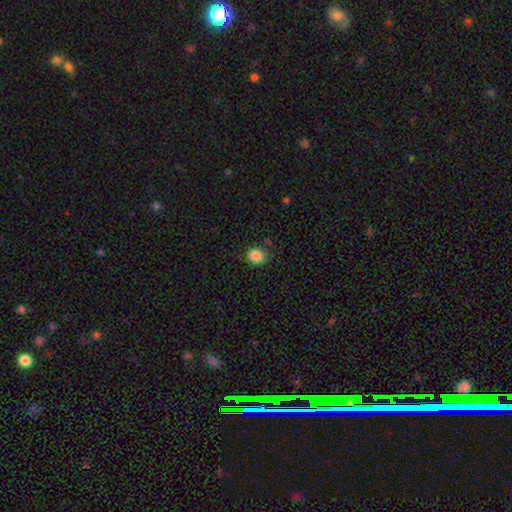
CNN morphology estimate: This appears to be a smooth galaxy with no disk features (86%) that is round (84%). Merging: none (84%).